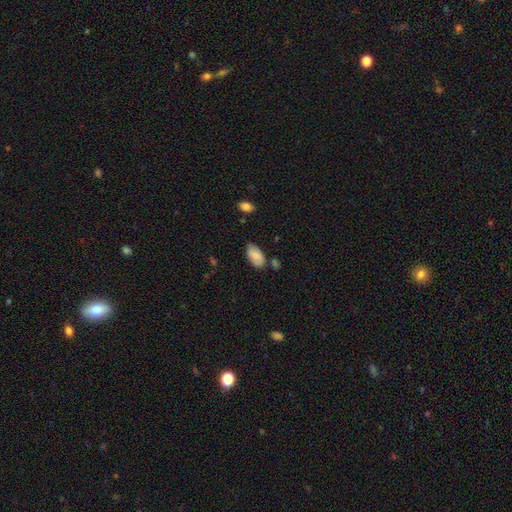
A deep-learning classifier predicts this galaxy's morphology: Smooth or featured: smooth — 81% (featured or disk — 12%)
How rounded: in between — 95% (round — 3%)
Merging: none — 68% (minor disturbance — 22%)